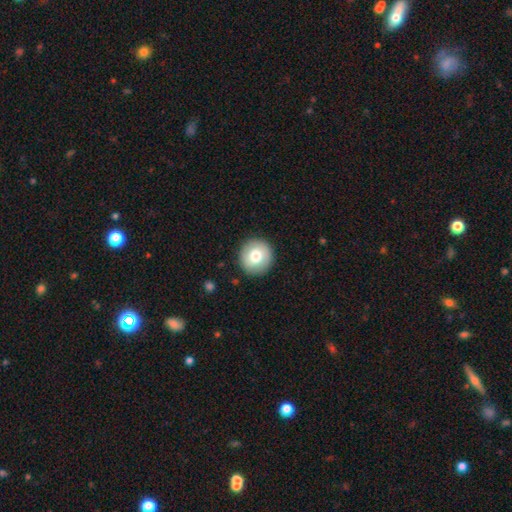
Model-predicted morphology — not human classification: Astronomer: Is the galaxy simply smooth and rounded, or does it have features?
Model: smooth — 74%.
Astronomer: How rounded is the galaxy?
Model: round — 93%.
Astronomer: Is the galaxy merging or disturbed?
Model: none — 90%.